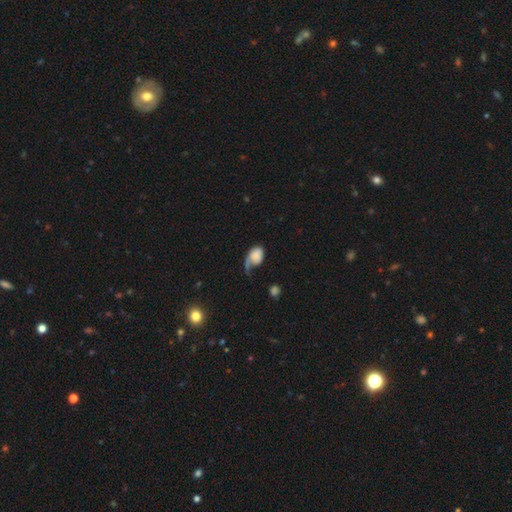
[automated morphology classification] Smooth or featured: smooth — 61% (featured or disk — 30%)
How rounded: in between — 74% (round — 25%)
Merging: major disturbance — 44% (none — 28%)